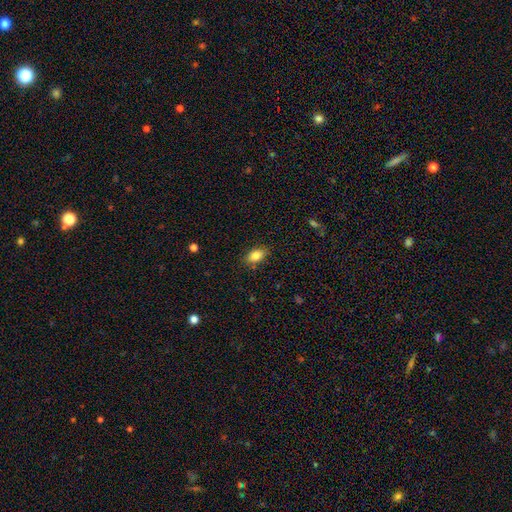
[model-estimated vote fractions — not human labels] This is clearly a smooth galaxy (85%). How rounded: clearly in between (87%). Merging: clearly none (84%).